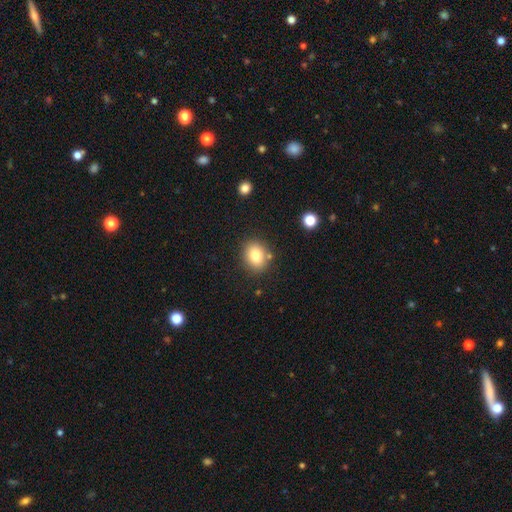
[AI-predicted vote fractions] Morphology: type=smooth (81%); roundness=round (58%); merging=none (82%).